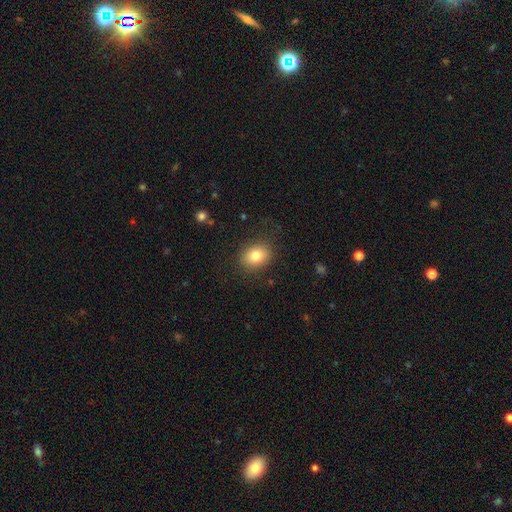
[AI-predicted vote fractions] A smooth galaxy with no disk features (80%) that is in between round and cigar-shaped (61%).

Vote fractions:
- Smooth or featured? smooth: 80% / featured or disk: 10% / star or artifact: 10%
- How rounded? in between: 61% / round: 38% / cigar-shaped: 1%
- Merging? none: 85% / minor disturbance: 10% / major disturbance: 4% / merger: 1%